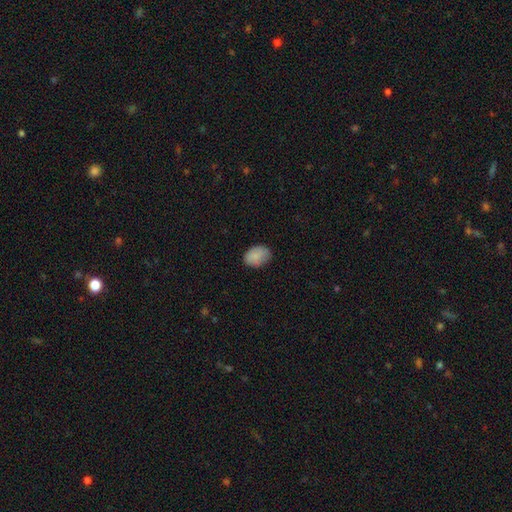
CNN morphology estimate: A smooth galaxy with no disk features (86%) that is in between round and cigar-shaped (77%). Merging: none (77%).